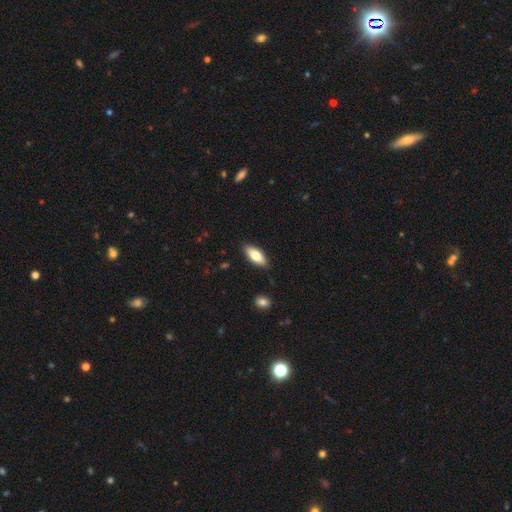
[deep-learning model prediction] Smooth or featured: smooth — 73% (featured or disk — 21%)
How rounded: in between — 74% (cigar-shaped — 24%)
Merging: none — 88% (minor disturbance — 9%)